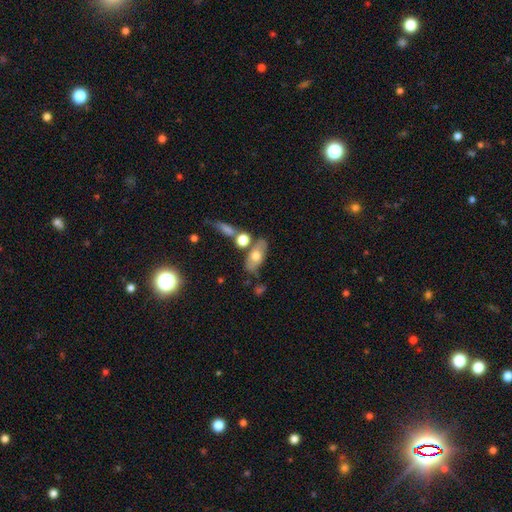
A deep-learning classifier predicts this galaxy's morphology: Q: Smooth or featured?
A: smooth (62%); runner-up: featured or disk (30%)
Q: How rounded?
A: in between (82%); runner-up: cigar-shaped (11%)
Q: Merging?
A: none (62%); runner-up: merger (19%)